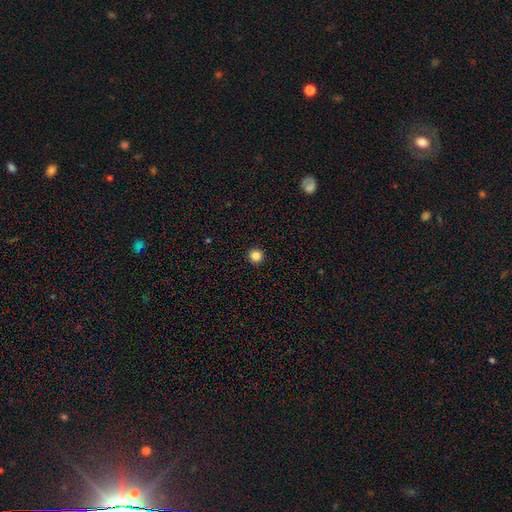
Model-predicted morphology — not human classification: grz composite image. It shows a smooth galaxy with no disk features (85%) that is round (96%). Merging: none (94%).